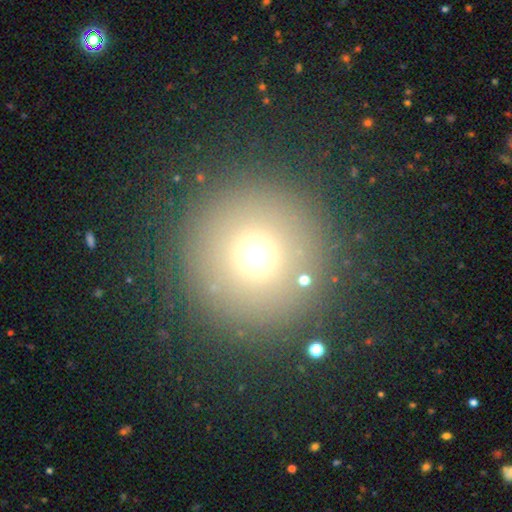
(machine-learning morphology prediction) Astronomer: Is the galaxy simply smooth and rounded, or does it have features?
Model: smooth — 66%.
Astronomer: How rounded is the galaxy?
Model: round — 94%.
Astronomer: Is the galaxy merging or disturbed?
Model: none — 86%.